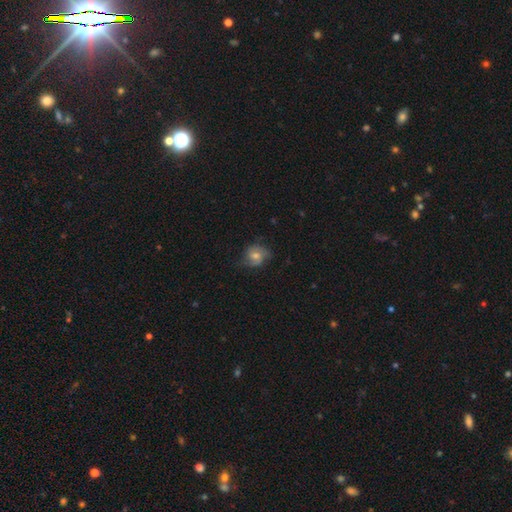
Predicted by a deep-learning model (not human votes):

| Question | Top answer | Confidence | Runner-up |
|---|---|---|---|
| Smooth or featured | featured or disk | 53% | smooth (35%) |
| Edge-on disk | no | 97% | yes (3%) |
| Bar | no | 66% | weak (29%) |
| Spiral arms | yes | 86% | no (14%) |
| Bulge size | moderate | 59% | small (32%) |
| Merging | none | 66% | minor disturbance (23%) |